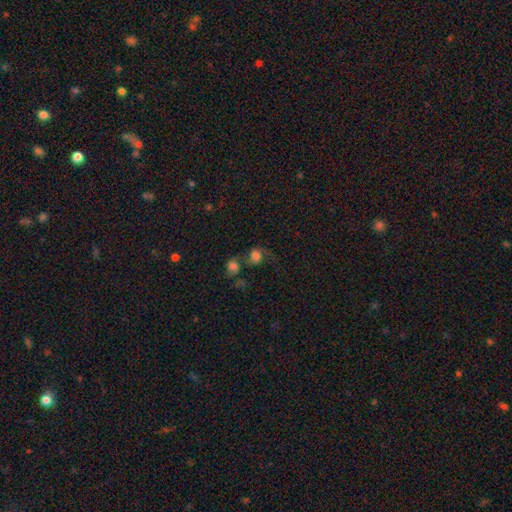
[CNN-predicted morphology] Overall: smooth (63%). How rounded: round (69%; in between 30%). Merging: merger (46%; none 25%).